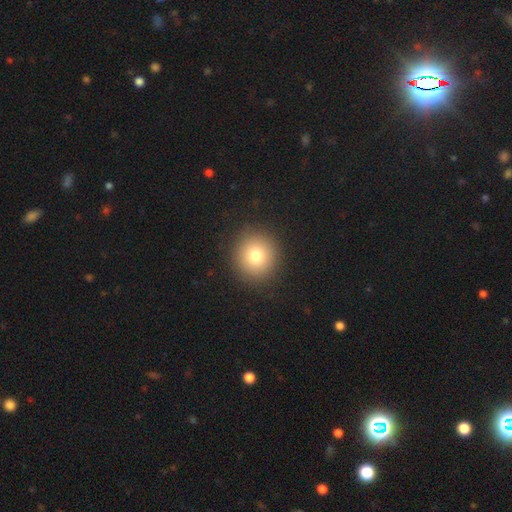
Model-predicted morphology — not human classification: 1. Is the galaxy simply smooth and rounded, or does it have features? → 78% smooth, 12% star or artifact, 10% featured or disk.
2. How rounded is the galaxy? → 92% round, 7% in between, 1% cigar-shaped.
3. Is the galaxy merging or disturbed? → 91% none, 5% minor disturbance, 2% major disturbance, 1% merger.